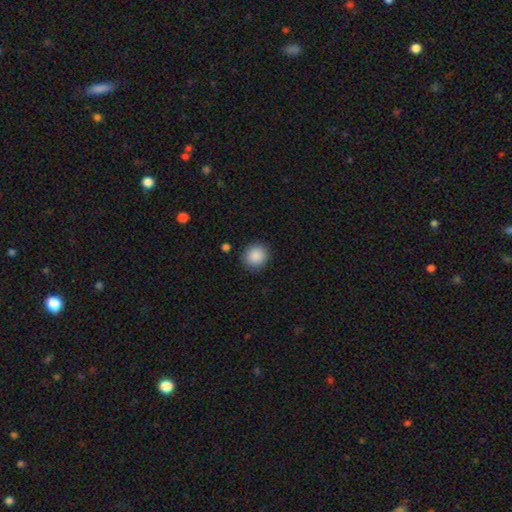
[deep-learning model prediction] Smooth or featured? smooth (89%)
How rounded? round (91%)
Merging? none (89%)